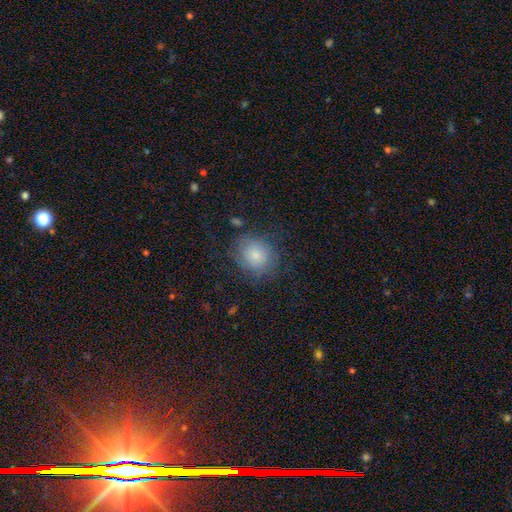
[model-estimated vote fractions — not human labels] smooth 75%, featured or disk 15%, star or artifact 10%. Down the decision tree: how rounded — round (80%); merging — none (72%).